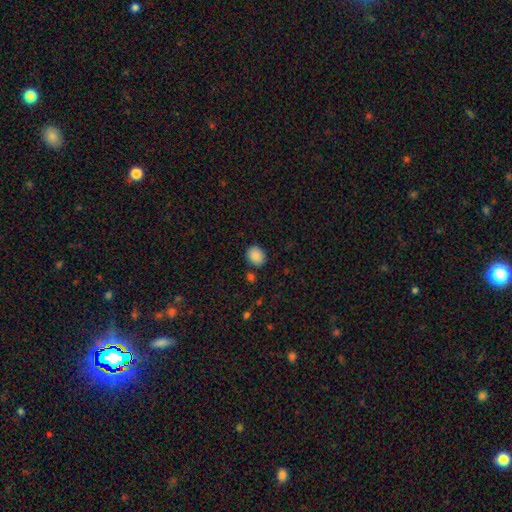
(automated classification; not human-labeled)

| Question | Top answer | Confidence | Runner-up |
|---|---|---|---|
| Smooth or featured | smooth | 88% | star or artifact (8%) |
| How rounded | round | 52% | in between (47%) |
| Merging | none | 84% | minor disturbance (10%) |